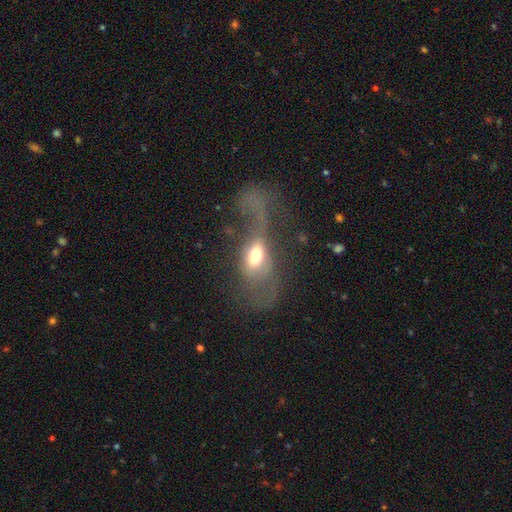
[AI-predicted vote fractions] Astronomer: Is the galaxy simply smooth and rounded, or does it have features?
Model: smooth — 52% (runner-up: featured or disk, 38%).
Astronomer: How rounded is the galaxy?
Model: in between — 76%.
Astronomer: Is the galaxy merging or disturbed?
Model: major disturbance — 62%.